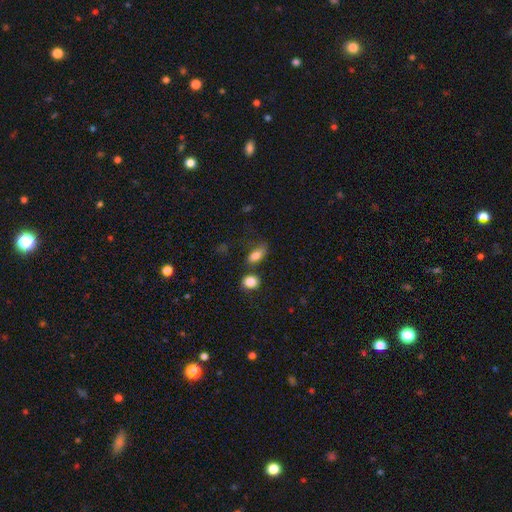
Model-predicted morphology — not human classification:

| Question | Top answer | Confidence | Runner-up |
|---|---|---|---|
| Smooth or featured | smooth | 83% | star or artifact (9%) |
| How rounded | in between | 82% | round (11%) |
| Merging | none | 53% | minor disturbance (23%) |